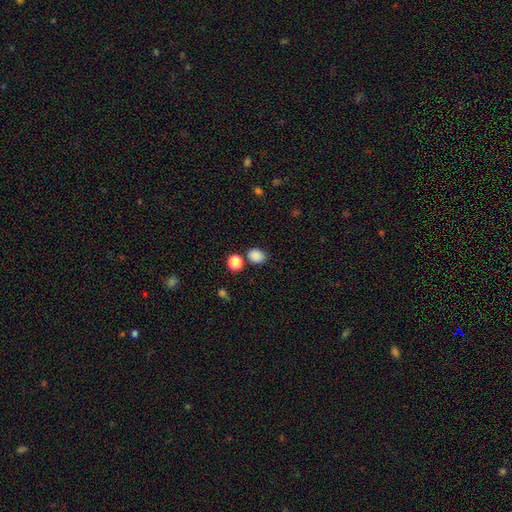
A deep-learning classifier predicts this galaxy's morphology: Smooth or featured?
  - smooth: 85% *
  - star or artifact: 11%
  - featured or disk: 4%
How rounded?
  - in between: 55% *
  - round: 44%
  - cigar-shaped: 1%
Merging?
  - none: 76% *
  - minor disturbance: 12%
  - merger: 8%
  - major disturbance: 4%